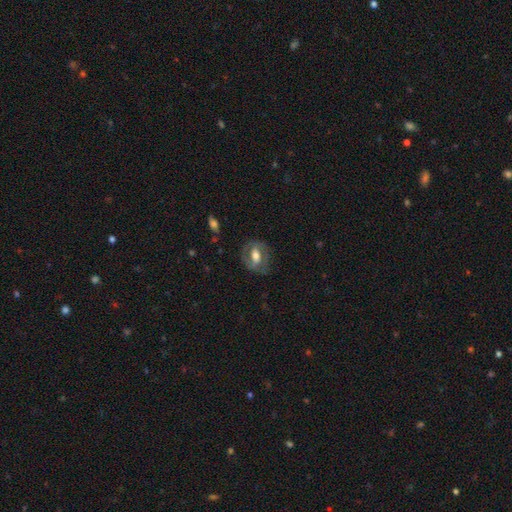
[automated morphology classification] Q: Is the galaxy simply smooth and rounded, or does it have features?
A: featured or disk — 57%.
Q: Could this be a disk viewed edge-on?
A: no — 91%.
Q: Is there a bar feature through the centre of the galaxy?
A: weak — 36%.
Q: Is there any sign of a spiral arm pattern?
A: no — 55%.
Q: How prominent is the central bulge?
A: moderate — 60%.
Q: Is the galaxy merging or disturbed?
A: none — 68%.